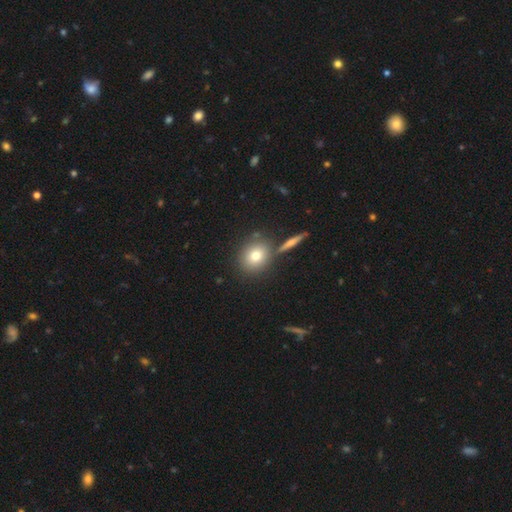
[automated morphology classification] Smooth or featured: smooth — 75% (featured or disk — 14%)
How rounded: round — 70% (in between — 28%)
Merging: none — 74% (merger — 13%)